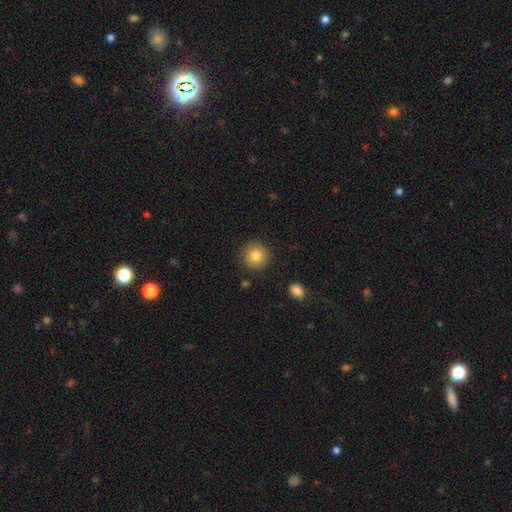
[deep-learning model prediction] The model was most divided on "smooth or featured": smooth: 83%, star or artifact: 9%, featured or disk: 8%. More confident: how rounded — round (93%); merging — none (89%).